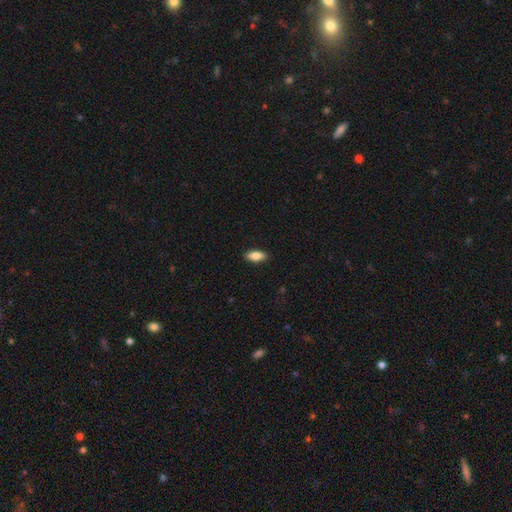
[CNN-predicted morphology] smooth-or-featured: smooth: 86% | featured or disk: 7% | star or artifact: 7%
  how-rounded: in between: 85% | cigar-shaped: 12% | round: 2%
  merging: none: 89% | minor disturbance: 8% | major disturbance: 2% | merger: 1%